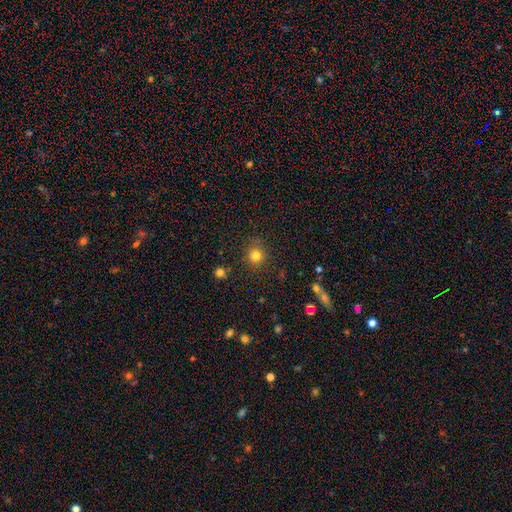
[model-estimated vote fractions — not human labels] This is clearly a smooth galaxy (80%). How rounded: clearly round (92%). Merging: clearly none (86%).